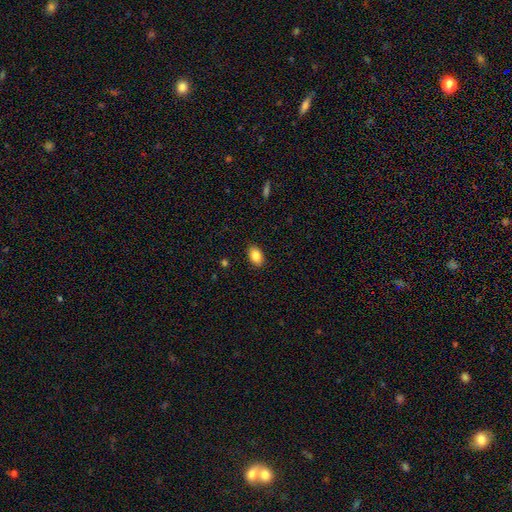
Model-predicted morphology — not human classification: type=smooth (86%); roundness=in between (88%); merging=none (89%).